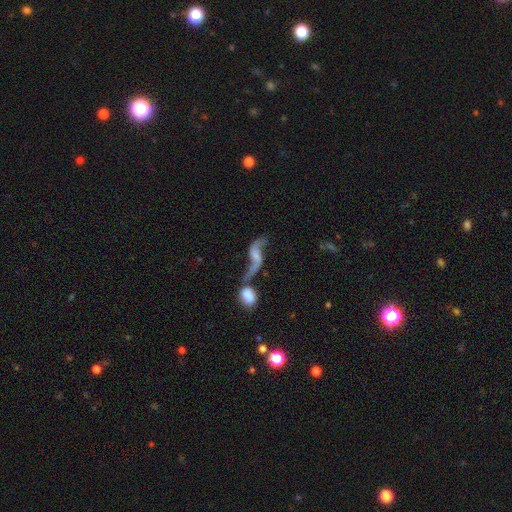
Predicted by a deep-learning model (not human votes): Overall: featured or disk (79%). Edge-on disk: no (93%). Bar: no (50%; weak 37%). Spiral arms: yes (91%). Spiral arm count: 2 (91%). Spiral winding: loose (92%). Bulge size: none (42%; small 29%). Merging: merger (44%; none 31%).